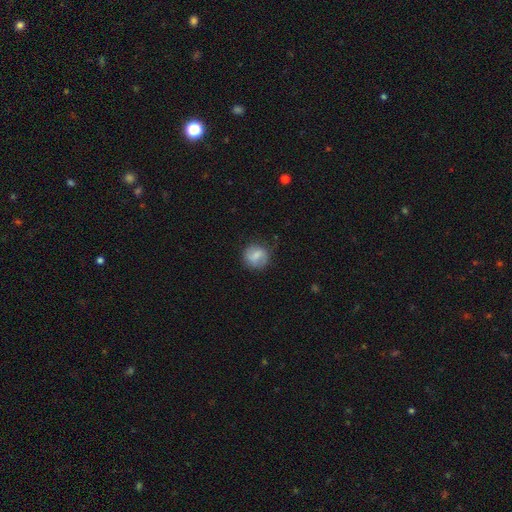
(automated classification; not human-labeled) smooth 66%, featured or disk 26%, star or artifact 8%. Down the decision tree: how rounded — round (82%); merging — none (77%).